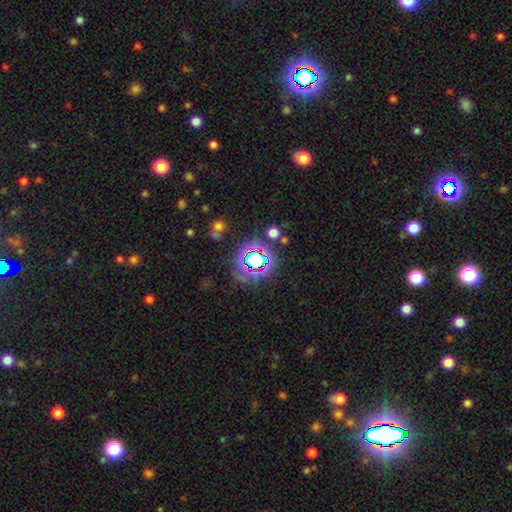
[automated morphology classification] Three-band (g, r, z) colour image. It shows a star or artifact, not a galaxy (74%).